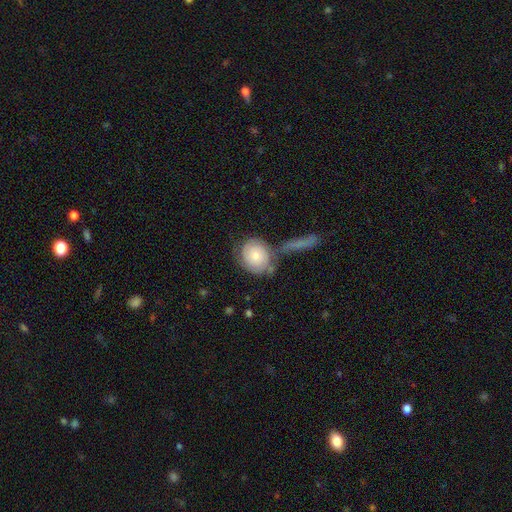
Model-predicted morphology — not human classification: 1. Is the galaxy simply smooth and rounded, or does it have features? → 47% featured or disk (tied), 47% smooth (tied), 7% star or artifact.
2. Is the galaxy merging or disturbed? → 52% none, 21% merger, 18% minor disturbance, 10% major disturbance.